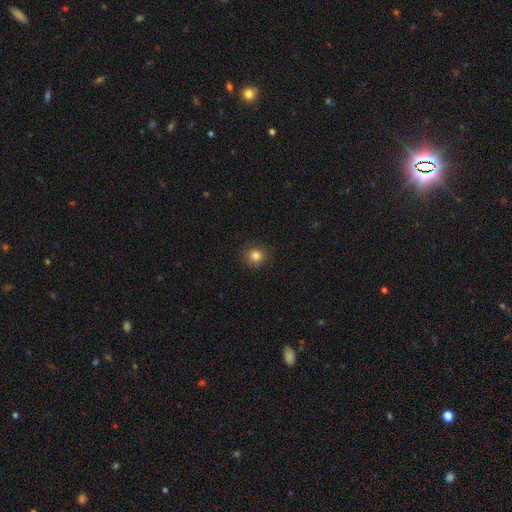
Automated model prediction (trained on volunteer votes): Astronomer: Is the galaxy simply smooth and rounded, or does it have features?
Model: smooth — 84%.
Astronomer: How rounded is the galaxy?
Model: round — 88%.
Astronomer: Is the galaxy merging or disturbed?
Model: none — 88%.